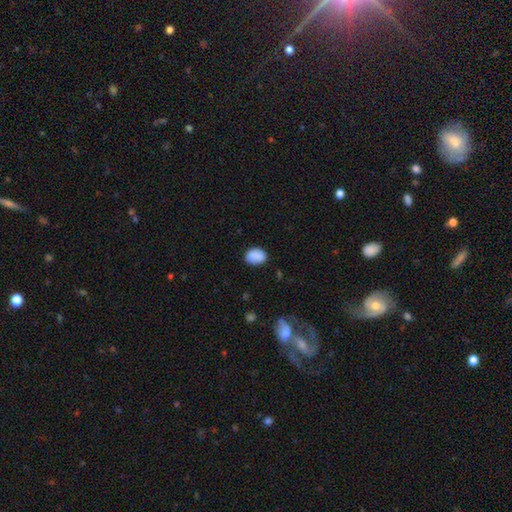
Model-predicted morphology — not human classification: Overall: smooth (88%). How rounded: in between (71%). Merging: none (78%).